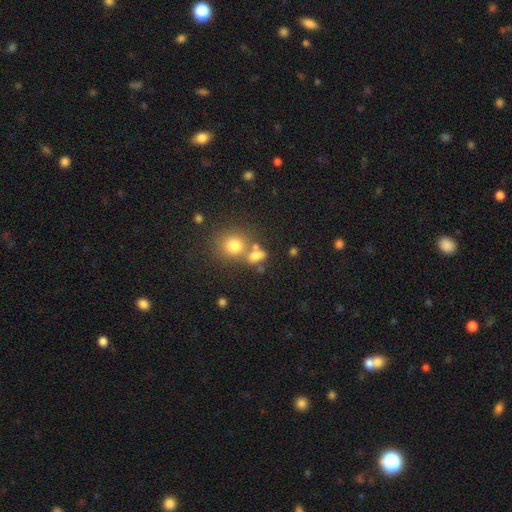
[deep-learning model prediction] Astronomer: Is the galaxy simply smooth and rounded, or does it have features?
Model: smooth — 73%.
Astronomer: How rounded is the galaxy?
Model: in between — 58% (runner-up: round, 38%).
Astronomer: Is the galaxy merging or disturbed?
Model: none — 44% (runner-up: merger, 37%).